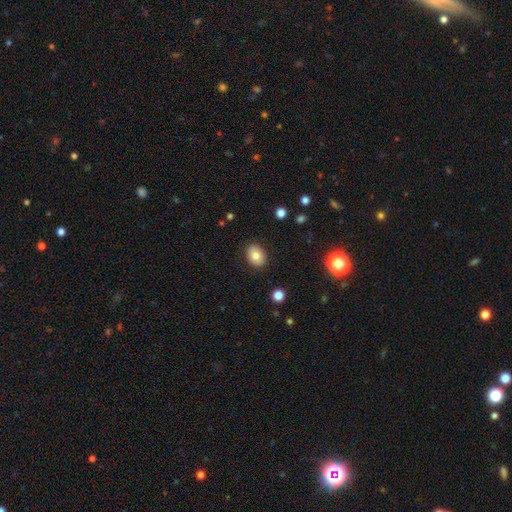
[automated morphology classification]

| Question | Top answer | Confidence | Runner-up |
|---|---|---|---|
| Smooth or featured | smooth | 79% | featured or disk (12%) |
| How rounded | in between | 62% | round (37%) |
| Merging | none | 87% | minor disturbance (10%) |